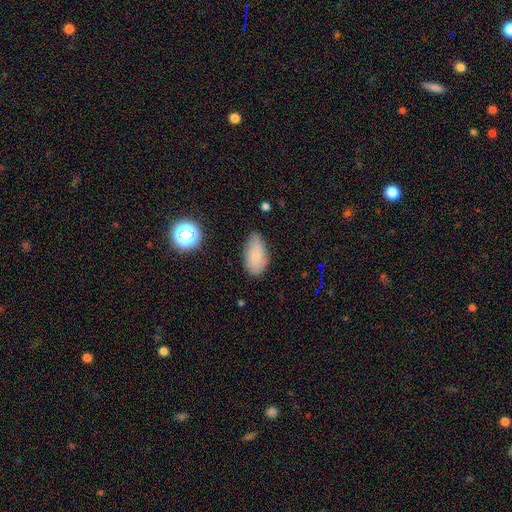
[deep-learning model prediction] This appears to be a smooth galaxy with no disk features (80%) that is in between round and cigar-shaped (92%). Merging: none (60%).